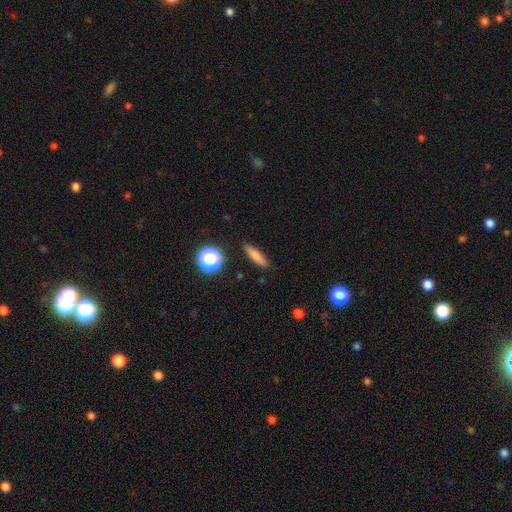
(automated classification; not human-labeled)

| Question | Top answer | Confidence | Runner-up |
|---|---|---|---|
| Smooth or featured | smooth | 77% | featured or disk (12%) |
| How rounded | cigar-shaped | 68% | in between (25%) |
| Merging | none | 88% | minor disturbance (8%) |